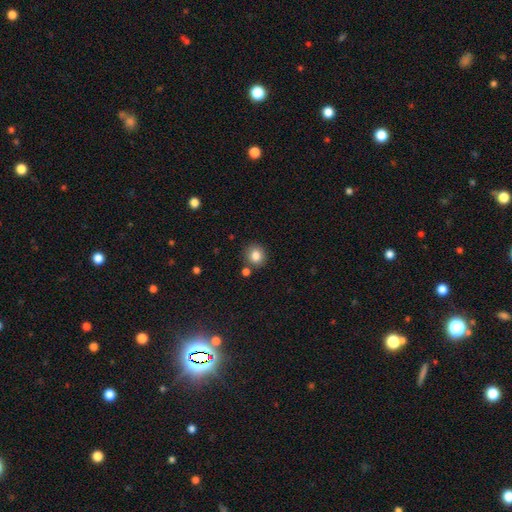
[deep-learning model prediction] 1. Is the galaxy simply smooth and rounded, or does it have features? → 82% smooth, 11% star or artifact, 7% featured or disk.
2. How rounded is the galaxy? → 84% round, 15% in between, 1% cigar-shaped.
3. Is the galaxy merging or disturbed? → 80% none, 9% minor disturbance, 8% merger, 3% major disturbance.